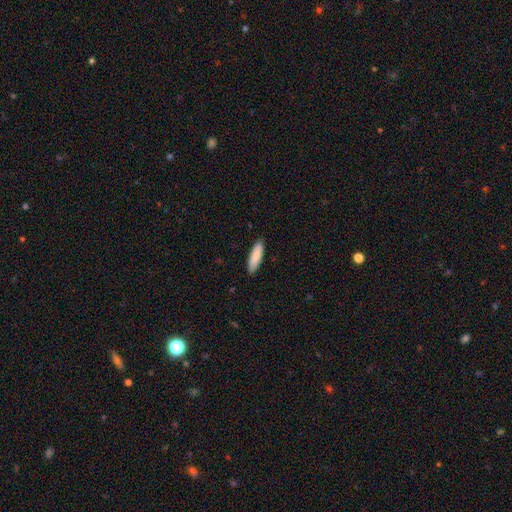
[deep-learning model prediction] The model was most divided on "how rounded": cigar-shaped: 57%, in between: 41%, round: 1%. More confident: merging — none (89%); smooth or featured — smooth (87%).